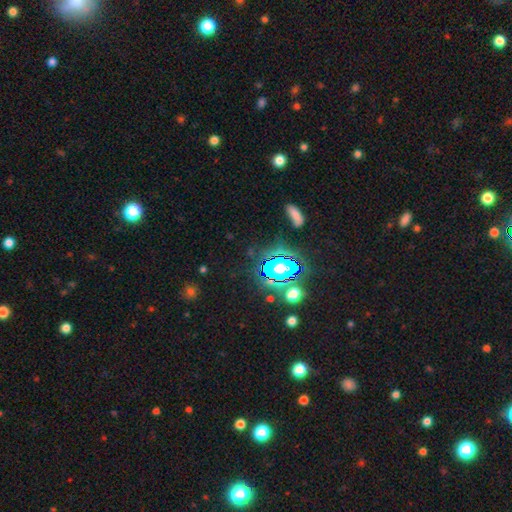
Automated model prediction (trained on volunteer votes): smooth-or-featured: star or artifact: 78% | smooth: 14% | featured or disk: 8%